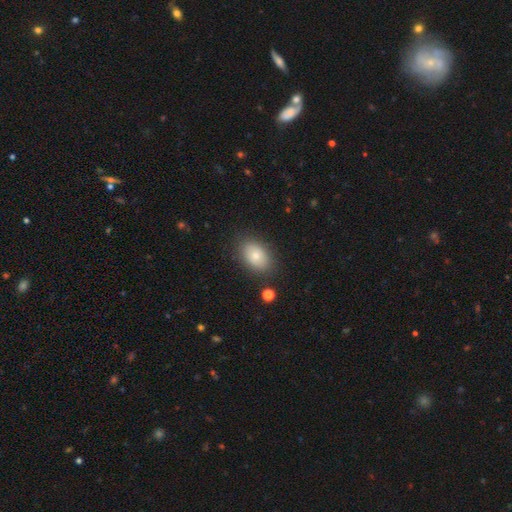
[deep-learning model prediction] Overall: smooth (79%). How rounded: in between (85%). Merging: none (83%).